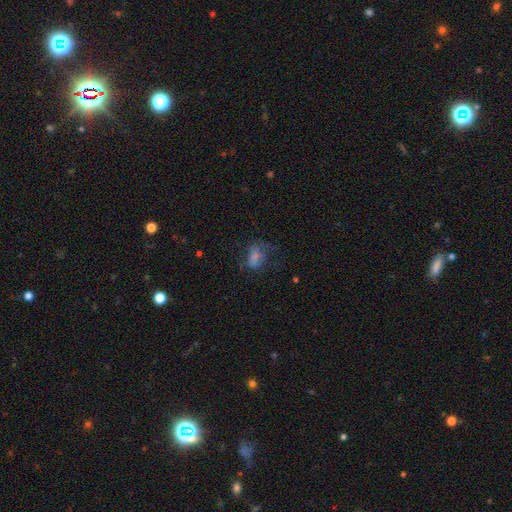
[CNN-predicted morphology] Smooth or featured? Predicted: smooth (p=0.55). How rounded? Predicted: in between (p=0.71). Merging? Predicted: none (p=0.42).